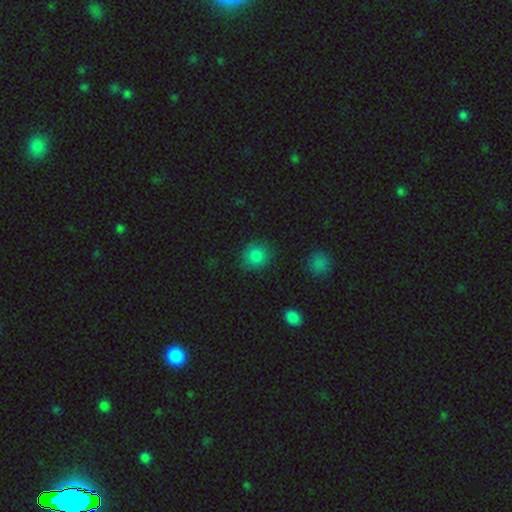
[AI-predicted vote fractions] smooth_or_featured: smooth (p=0.85) [alt: star or artifact p=0.10]
how_rounded: round (p=0.88) [alt: in between p=0.11]
merging: none (p=0.86) [alt: minor disturbance p=0.10]